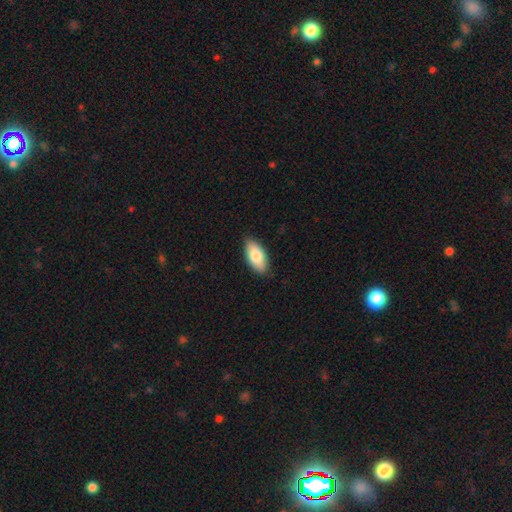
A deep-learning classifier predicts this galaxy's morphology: smooth_or_featured: smooth (p=0.80) [alt: featured or disk p=0.14]
how_rounded: in between (p=0.91) [alt: cigar-shaped p=0.06]
merging: none (p=0.86) [alt: minor disturbance p=0.11]